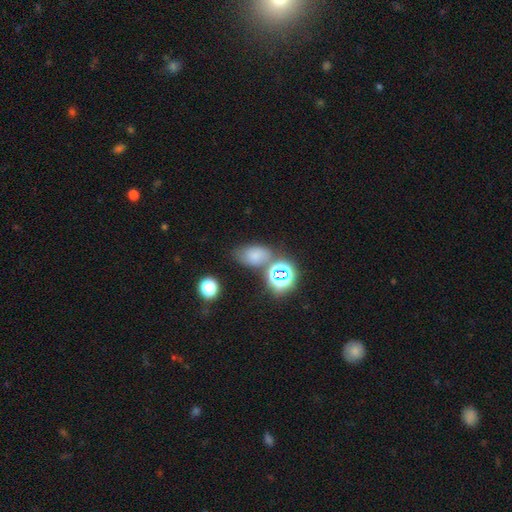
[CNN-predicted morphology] Smooth or featured?
  - smooth: 66% *
  - star or artifact: 22%
  - featured or disk: 11%
How rounded?
  - in between: 80% *
  - round: 18%
  - cigar-shaped: 2%
Merging?
  - none: 61% *
  - minor disturbance: 19%
  - merger: 14%
  - major disturbance: 7%